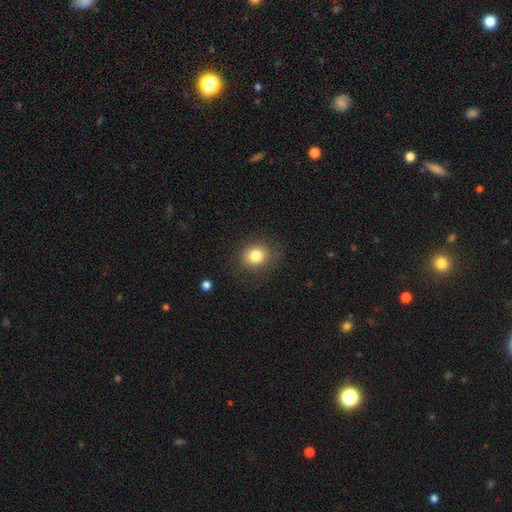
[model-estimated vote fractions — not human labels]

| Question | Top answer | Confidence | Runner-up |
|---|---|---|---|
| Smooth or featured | smooth | 81% | star or artifact (11%) |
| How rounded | round | 69% | in between (30%) |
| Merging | none | 80% | minor disturbance (14%) |